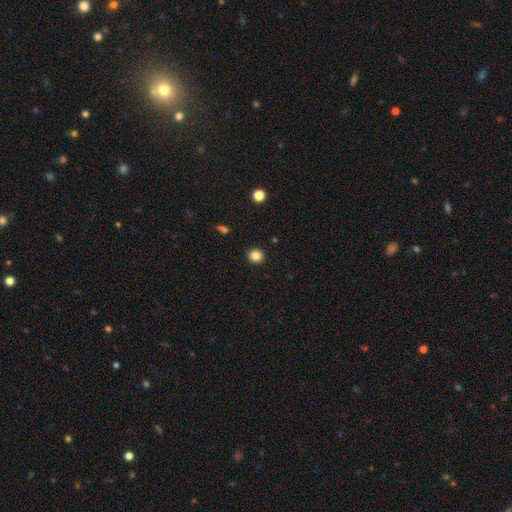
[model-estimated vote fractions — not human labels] Smooth or featured? smooth (85%)
How rounded? round (91%)
Merging? none (92%)